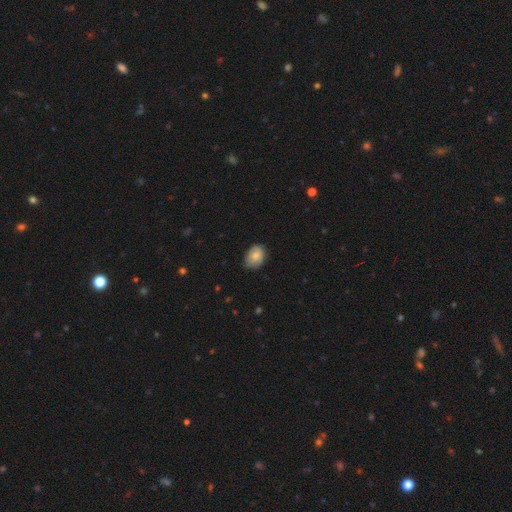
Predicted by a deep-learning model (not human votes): Smooth or featured? Predicted: smooth (p=0.81). How rounded? Predicted: in between (p=0.66). Merging? Predicted: none (p=0.70).